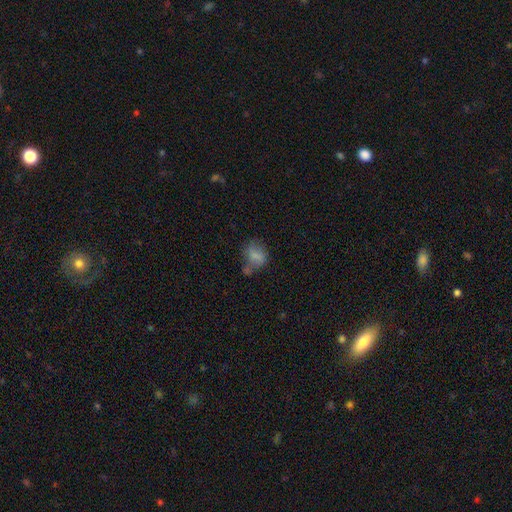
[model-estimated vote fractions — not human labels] Overall: smooth (72%). How rounded: in between (53%; round 45%). Merging: none (40%; minor disturbance 24%).